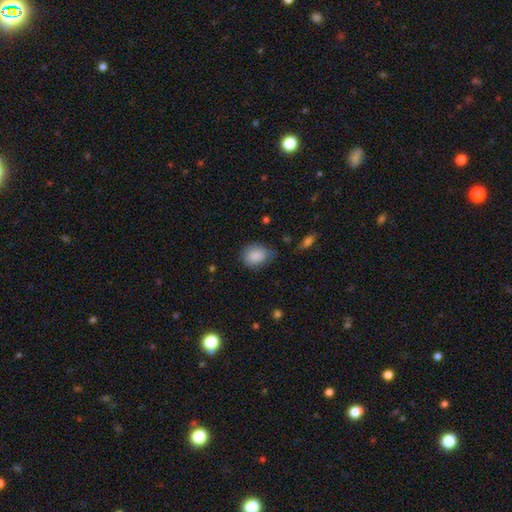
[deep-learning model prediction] A smooth galaxy with no disk features (87%) that is in between round and cigar-shaped (59%). Merging: none (65%).